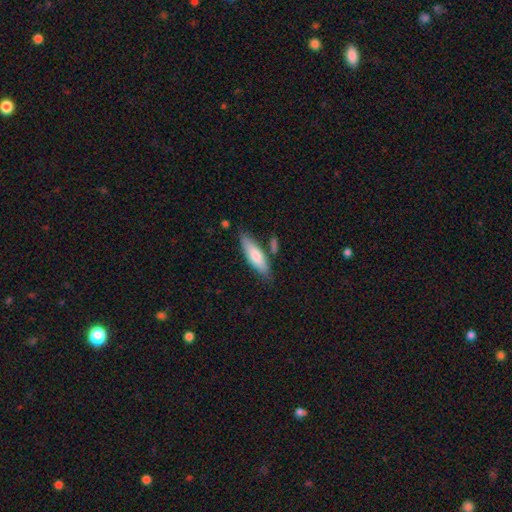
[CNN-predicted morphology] This appears to be a smooth galaxy with no disk features (72%) that is cigar-shaped (58%). Merging: none (75%).